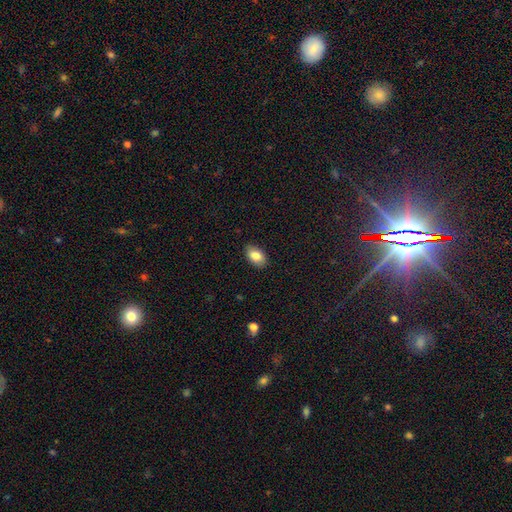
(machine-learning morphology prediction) smooth-or-featured: smooth: 83% | featured or disk: 9% | star or artifact: 7%
  how-rounded: in between: 90% | round: 8% | cigar-shaped: 1%
  merging: none: 87% | minor disturbance: 10% | major disturbance: 2% | merger: 1%